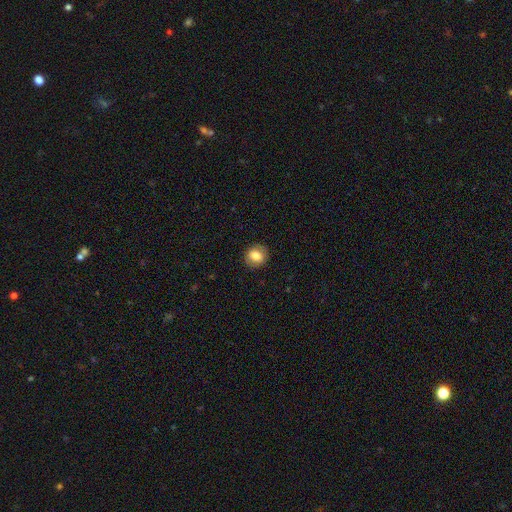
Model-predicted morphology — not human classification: This is likely a smooth galaxy (80%). How rounded: likely round (74%). Merging: clearly none (88%).